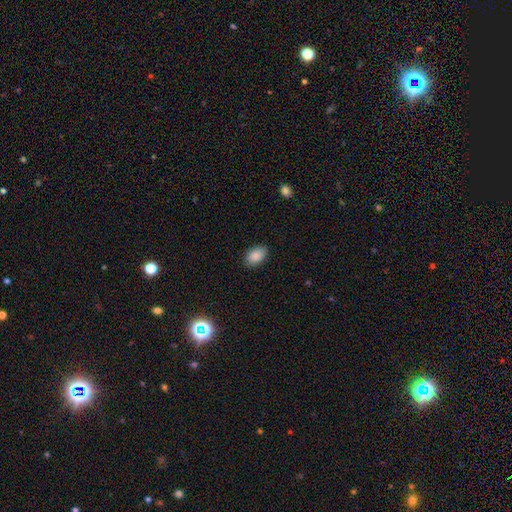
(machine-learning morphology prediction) Smooth or featured? Predicted: smooth (p=0.88). How rounded? Predicted: in between (p=0.90). Merging? Predicted: none (p=0.85).